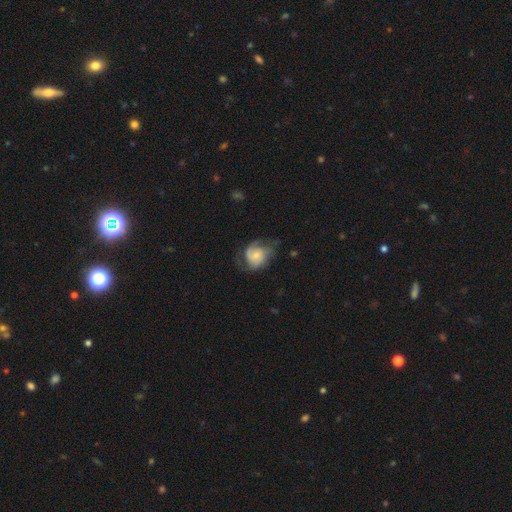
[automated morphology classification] smooth-or-featured: featured or disk: 59% | smooth: 34% | star or artifact: 8%
  disk-edge-on: no: 97% | yes: 3%
    bar: no: 74% | weak: 22% | strong: 4%
    has-spiral-arms: yes: 85% | no: 15%
    bulge-size: small: 56% | moderate: 32% | none: 6% | large: 5% | dominant: 2%
  merging: none: 47% | minor disturbance: 27% | major disturbance: 24% | merger: 2%